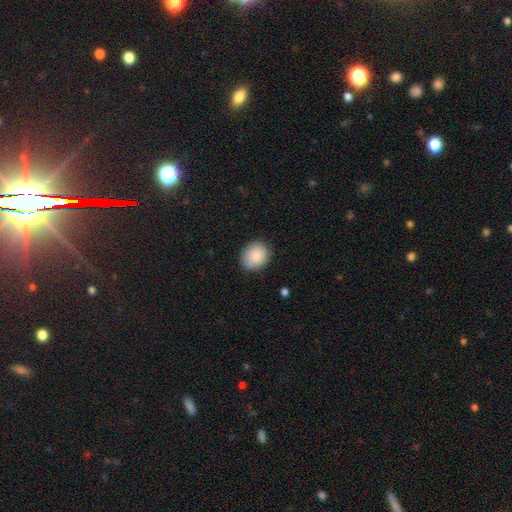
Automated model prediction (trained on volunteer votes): Smooth or featured: smooth — 87% (star or artifact — 7%)
How rounded: round — 68% (in between — 31%)
Merging: none — 84% (minor disturbance — 12%)